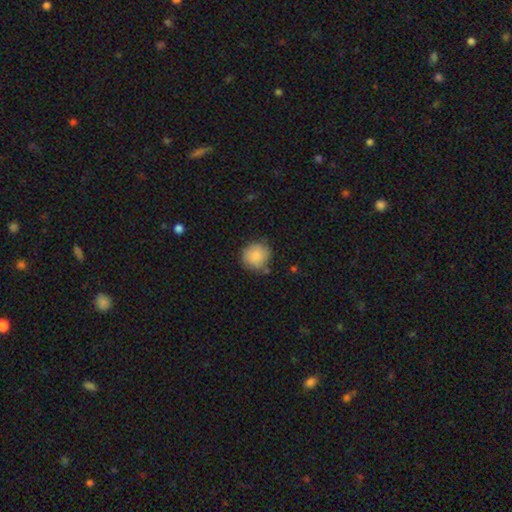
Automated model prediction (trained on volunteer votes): This is clearly a smooth galaxy (84%). How rounded: clearly round (89%). Merging: likely none (69%).